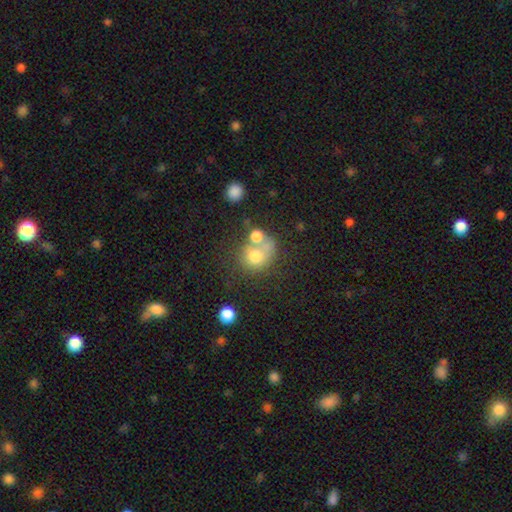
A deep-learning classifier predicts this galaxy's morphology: Smooth or featured? smooth (68%)
How rounded? round (71%)
Merging? merger (42%)